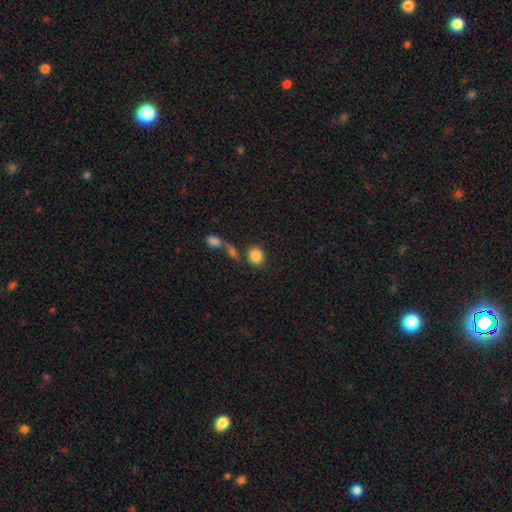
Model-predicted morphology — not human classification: Smooth or featured? Predicted: smooth (p=0.86). How rounded? Predicted: round (p=0.68). Merging? Predicted: none (p=0.64).